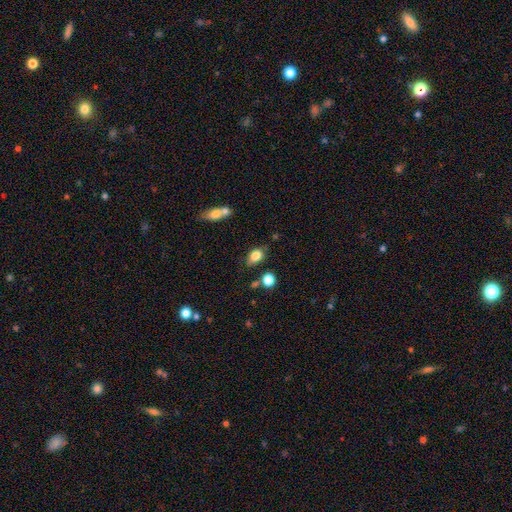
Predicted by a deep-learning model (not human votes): The model was most divided on "merging": none: 70%, minor disturbance: 18%, merger: 8%, major disturbance: 5%. More confident: smooth or featured — smooth (82%); how rounded — in between (80%).